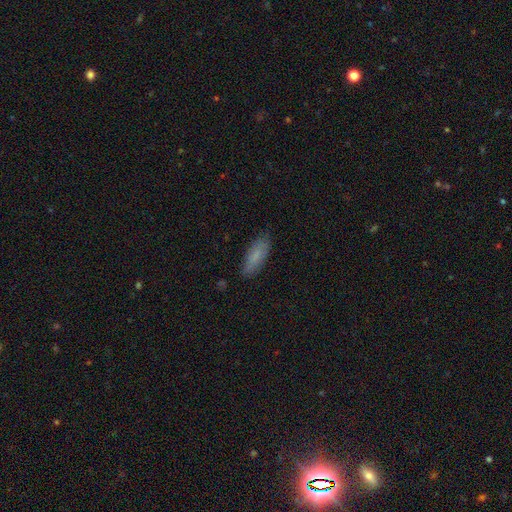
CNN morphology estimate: Smooth or featured? Predicted: smooth (p=0.78). How rounded? Predicted: in between (p=0.60). Merging? Predicted: none (p=0.80).